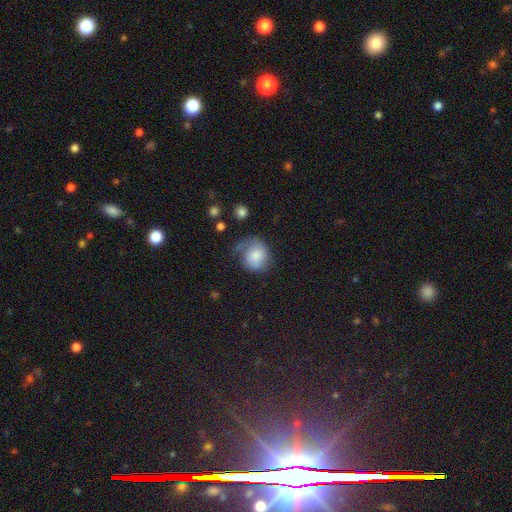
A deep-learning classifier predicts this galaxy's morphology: Smooth or featured? smooth (68%)
How rounded? round (75%)
Merging? none (45%)